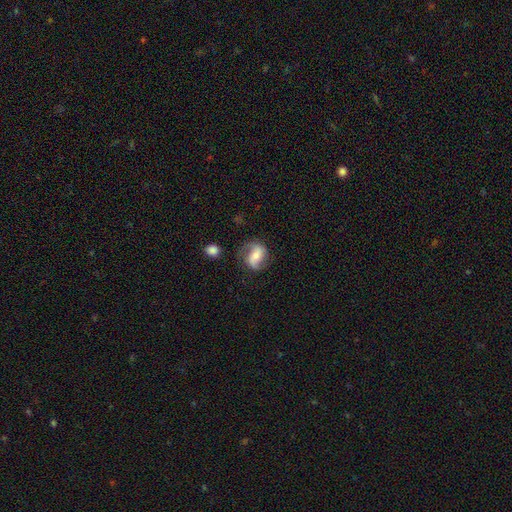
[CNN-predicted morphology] A featured or disk galaxy (65%) with no bar (35%, tied with weak), 2 (84%) loose (42%) spiral arms (90%) and a moderate central bulge (50%).

Vote fractions:
- Smooth or featured? featured or disk: 65% / smooth: 28% / star or artifact: 7%
- Edge-on disk? no: 97% / yes: 3%
- Bar? no: 35% (tied) / weak: 35% (tied) / strong: 30%
- Spiral arms? yes: 90% / no: 10%
- Spiral winding? loose: 42% / medium: 40% / tight: 19%
- Spiral arm count? 2: 84% / 1: 6% / can't tell: 6% / 3: 2% / 4: 1% / more than 4: 1%
- Bulge size? moderate: 50% / small: 37% / large: 7% / none: 4% / dominant: 2%
- Merging? none: 68% / minor disturbance: 20% / major disturbance: 10% / merger: 2%